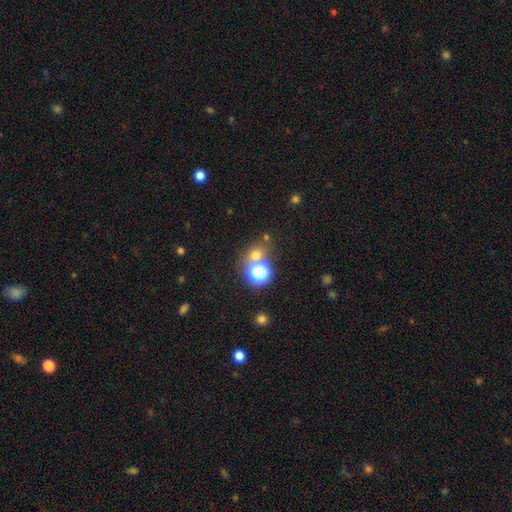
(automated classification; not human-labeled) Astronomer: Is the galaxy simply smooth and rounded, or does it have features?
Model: smooth — 60%.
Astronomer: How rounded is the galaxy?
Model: round — 80%.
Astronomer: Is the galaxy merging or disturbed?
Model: none — 66%.